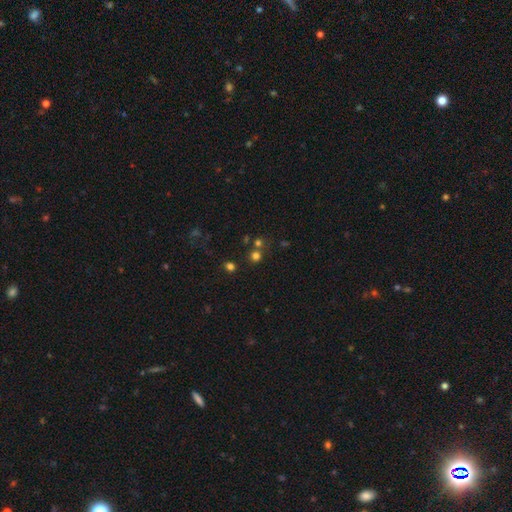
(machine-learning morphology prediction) Smooth or featured? Predicted: smooth (p=0.65). How rounded? Predicted: round (p=0.89). Merging? Predicted: none (p=0.70).